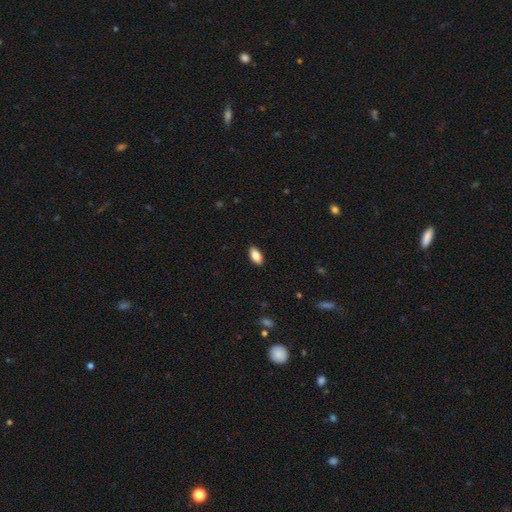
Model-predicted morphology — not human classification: Q: Smooth or featured?
A: smooth (84%); runner-up: featured or disk (9%)
Q: How rounded?
A: in between (92%); runner-up: cigar-shaped (6%)
Q: Merging?
A: none (90%); runner-up: minor disturbance (7%)